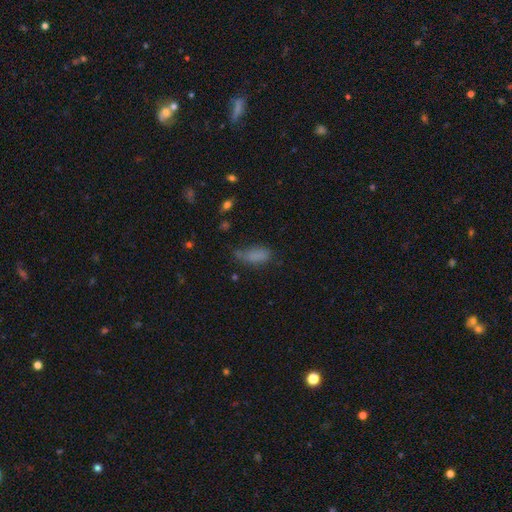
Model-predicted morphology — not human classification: type=smooth (78%); roundness=in between (81%); merging=none (45%).